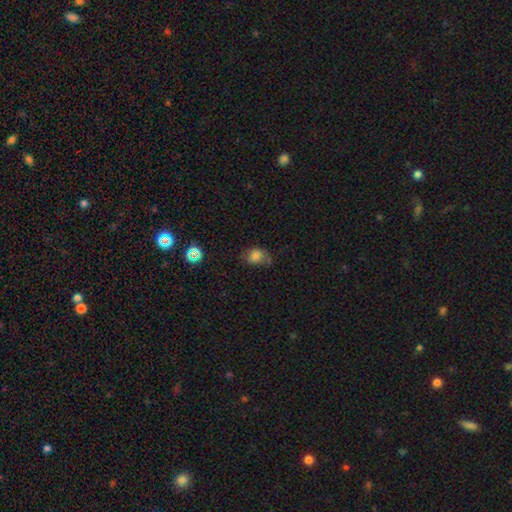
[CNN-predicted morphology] smooth 75%, star or artifact 15%, featured or disk 10%. Down the decision tree: how rounded — in between (57%); merging — none (49%).